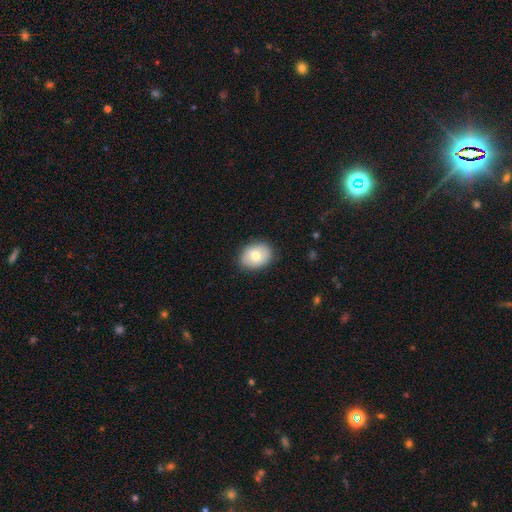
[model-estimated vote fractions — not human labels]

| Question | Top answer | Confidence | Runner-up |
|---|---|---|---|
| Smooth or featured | smooth | 70% | featured or disk (23%) |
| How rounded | in between | 61% | round (38%) |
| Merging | none | 86% | minor disturbance (11%) |